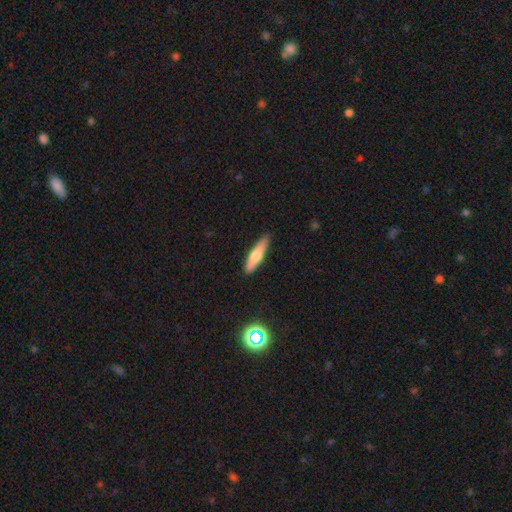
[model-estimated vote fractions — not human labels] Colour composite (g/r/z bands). It shows a smooth galaxy with no disk features (63%) that is cigar-shaped (76%). Merging: none (89%).